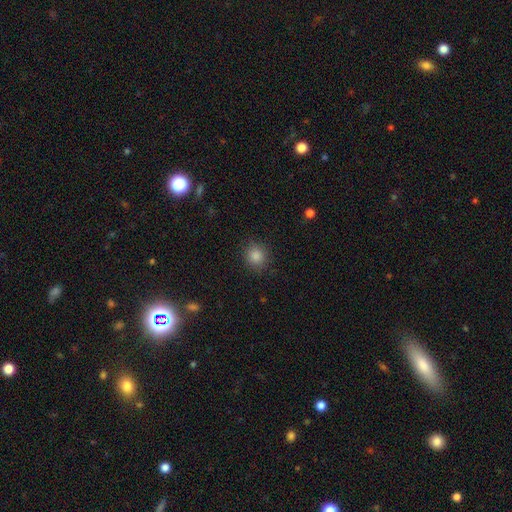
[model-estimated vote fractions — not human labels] smooth_or_featured: smooth (p=0.84) [alt: star or artifact p=0.12]
how_rounded: round (p=0.82) [alt: in between p=0.17]
merging: none (p=0.88) [alt: minor disturbance p=0.08]